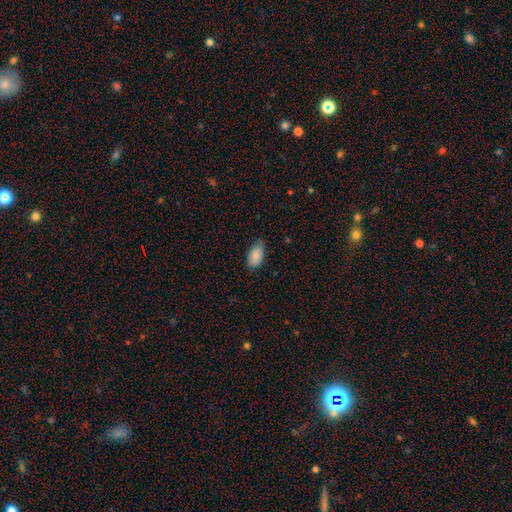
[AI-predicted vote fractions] A smooth galaxy with no disk features (87%) that is in between round and cigar-shaped (94%). Merging: none (66%).